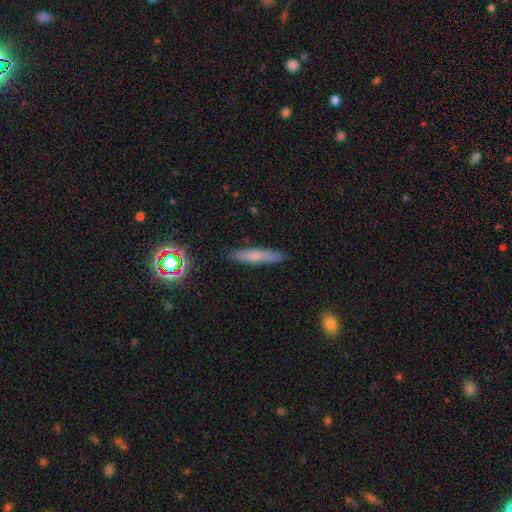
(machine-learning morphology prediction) Q: Smooth or featured?
A: smooth (66%); runner-up: featured or disk (23%)
Q: How rounded?
A: cigar-shaped (88%); runner-up: in between (9%)
Q: Merging?
A: none (88%); runner-up: minor disturbance (9%)